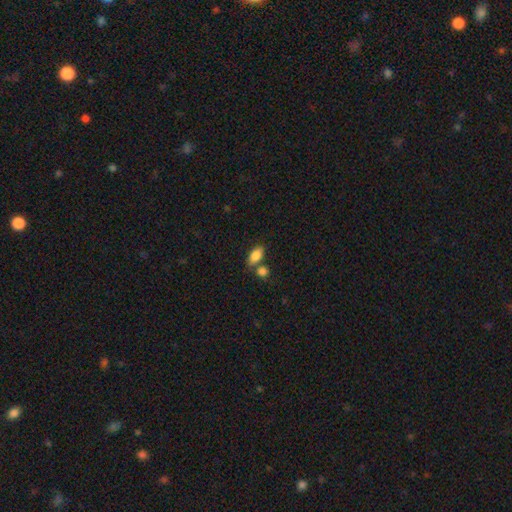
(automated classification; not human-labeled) Smooth or featured? smooth (85%)
How rounded? in between (90%)
Merging? none (58%)